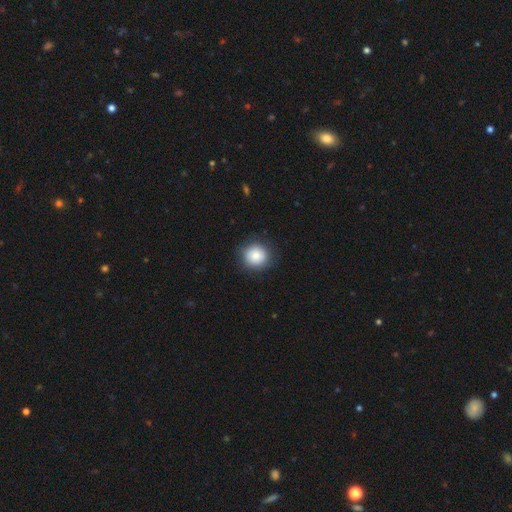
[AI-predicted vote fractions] Smooth or featured? Predicted: smooth (p=0.85). How rounded? Predicted: round (p=0.92). Merging? Predicted: none (p=0.88).